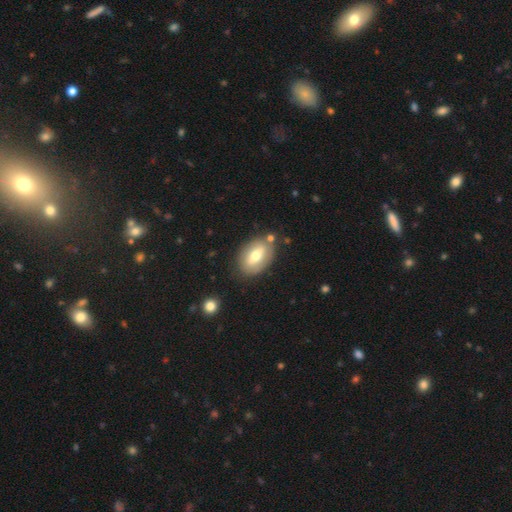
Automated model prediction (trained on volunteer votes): Smooth or featured: smooth — 60% (featured or disk — 33%)
How rounded: in between — 88% (round — 10%)
Merging: none — 76% (minor disturbance — 14%)